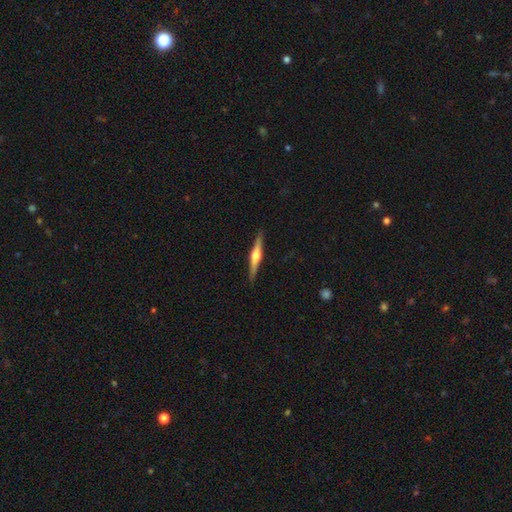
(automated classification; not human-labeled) featured or disk 74%, smooth 21%, star or artifact 5%. Down the decision tree: edge-on disk — yes (98%); edge-on bulge — rounded (93%); merging — none (90%).